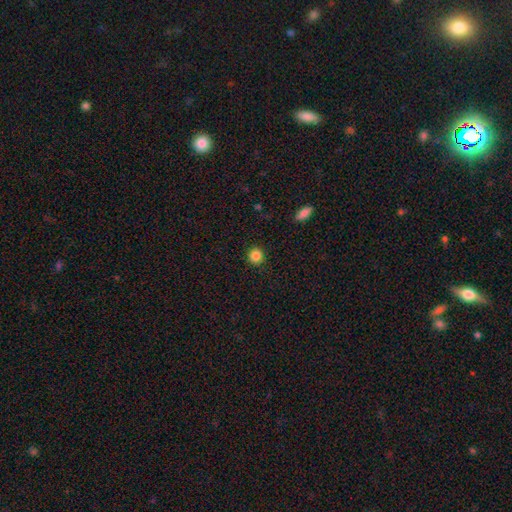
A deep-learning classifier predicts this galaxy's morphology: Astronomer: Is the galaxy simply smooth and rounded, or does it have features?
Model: smooth — 85%.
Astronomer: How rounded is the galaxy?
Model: round — 93%.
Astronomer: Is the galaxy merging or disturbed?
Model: none — 92%.